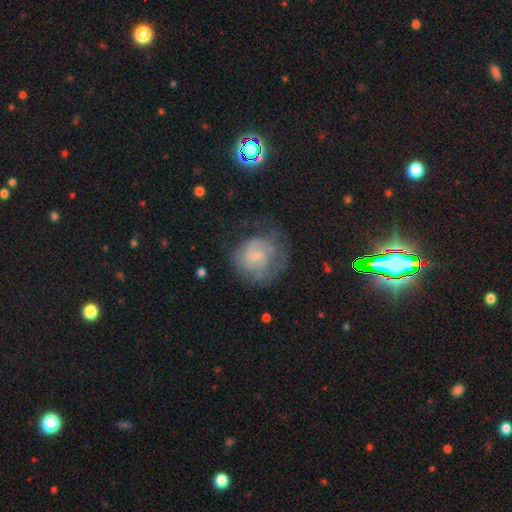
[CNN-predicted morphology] This appears to be a featured or disk galaxy (54%) with no bar (54%), spiral arms (71%) and a small central bulge (56%). Merging: none (54%).